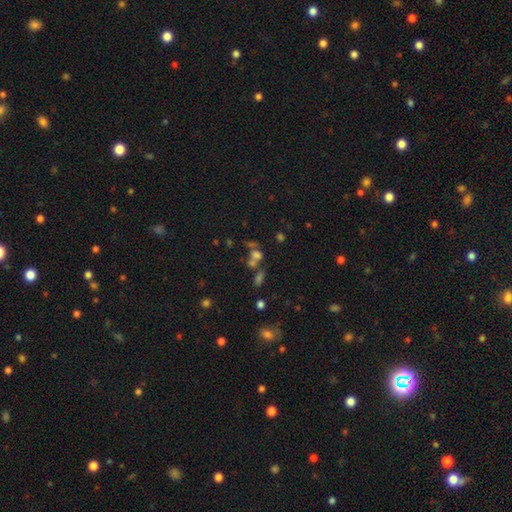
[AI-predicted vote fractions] A smooth galaxy with no disk features (52%) that is in between round and cigar-shaped (60%).

Vote fractions:
- Smooth or featured? smooth: 52% / star or artifact: 29% / featured or disk: 19%
- How rounded? in between: 60% / round: 35% / cigar-shaped: 5%
- Merging? merger: 45% / none: 34% / major disturbance: 11% / minor disturbance: 10%